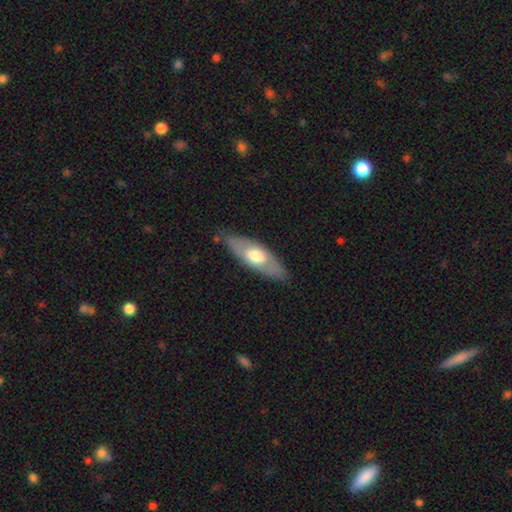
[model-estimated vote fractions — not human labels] smooth-or-featured: smooth: 52% | featured or disk: 43% | star or artifact: 5%
  how-rounded: in between: 68% | cigar-shaped: 30% | round: 3%
  merging: none: 81% | minor disturbance: 14% | major disturbance: 3% | merger: 1%